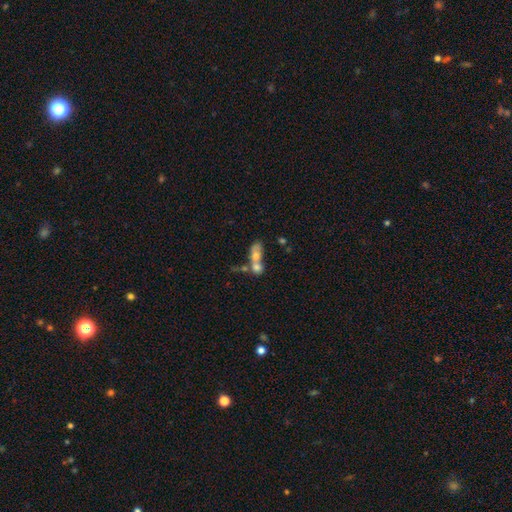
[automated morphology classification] Smooth or featured? smooth (56%)
How rounded? in between (63%)
Merging? merger (67%)